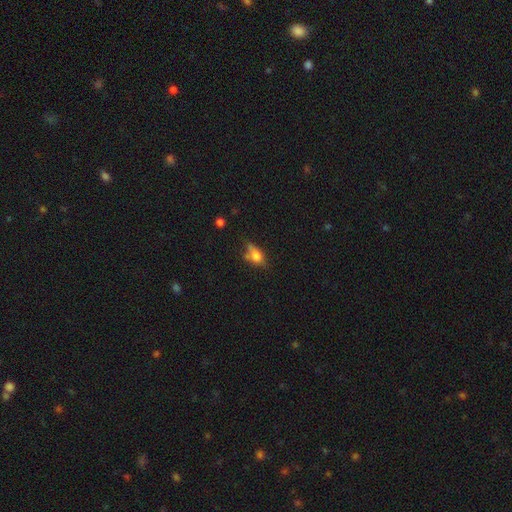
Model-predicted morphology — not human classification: Smooth or featured? Predicted: smooth (p=0.63). How rounded? Predicted: in between (p=0.72). Merging? Predicted: none (p=0.47).